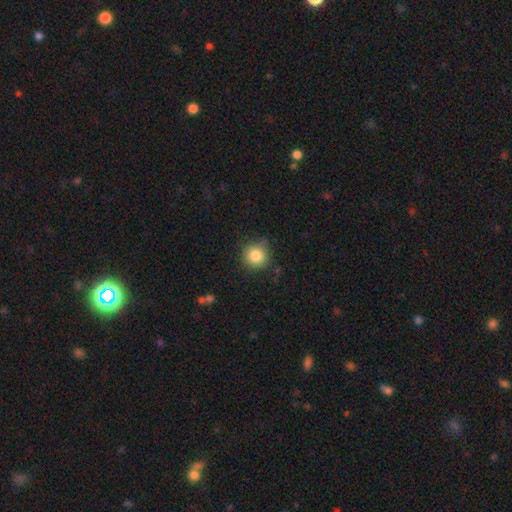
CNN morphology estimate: Overall: smooth (83%). How rounded: round (94%). Merging: none (81%).